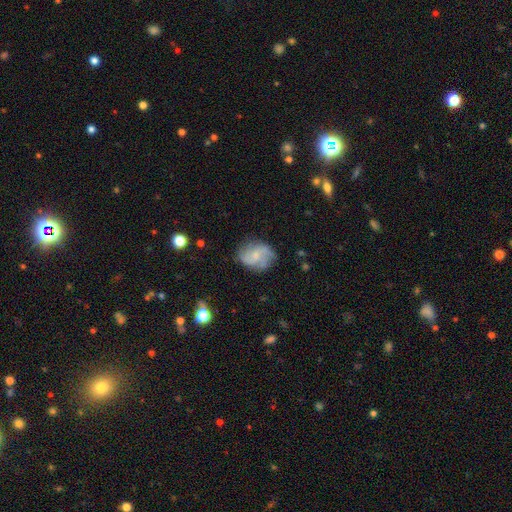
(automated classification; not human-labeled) Smooth or featured? Predicted: featured or disk (p=0.59). Edge-on disk? Predicted: no (p=0.98). Bar? Predicted: no (p=0.57). Spiral arms? Predicted: yes (p=0.86). Bulge size? Predicted: small (p=0.49). Merging? Predicted: none (p=0.67).